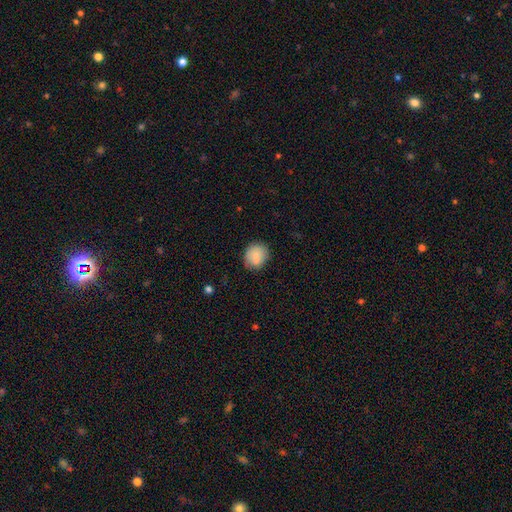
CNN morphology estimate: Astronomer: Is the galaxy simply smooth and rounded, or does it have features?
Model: smooth — 83%.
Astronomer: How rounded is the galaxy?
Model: round — 77%.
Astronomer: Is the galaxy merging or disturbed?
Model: none — 74%.